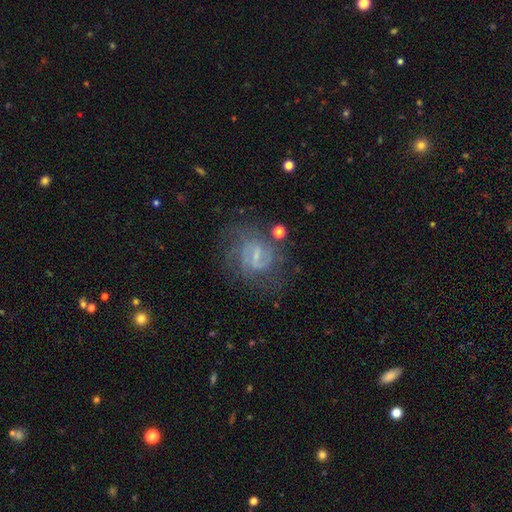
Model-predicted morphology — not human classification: Smooth or featured: featured or disk — 74% (smooth — 15%)
Edge-on disk: no — 97% (yes — 3%)
Bar: weak — 54% (strong — 26%)
Spiral arms: yes — 82% (no — 18%)
Spiral winding: medium — 41% (tight — 39%)
Spiral arm count: can't tell — 40% (2 — 35%)
Bulge size: small — 56% (none — 27%)
Merging: none — 61% (minor disturbance — 18%)